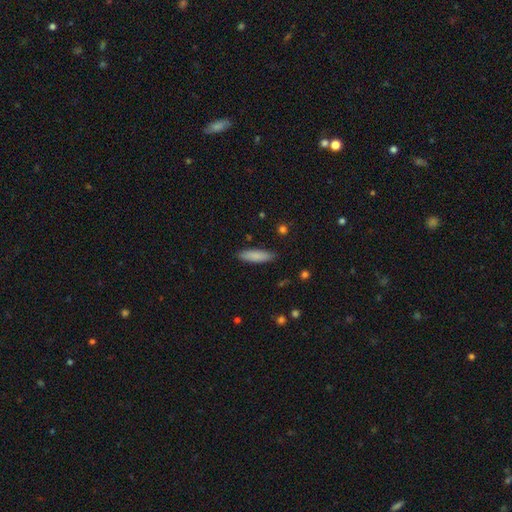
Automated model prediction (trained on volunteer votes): Smooth or featured: smooth — 85% (featured or disk — 9%)
How rounded: cigar-shaped — 58% (in between — 40%)
Merging: none — 87% (minor disturbance — 10%)